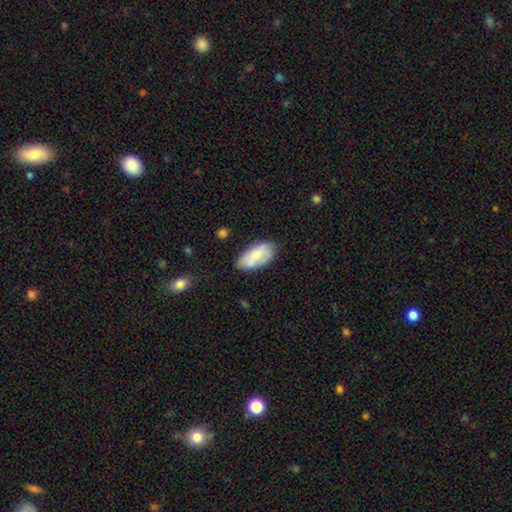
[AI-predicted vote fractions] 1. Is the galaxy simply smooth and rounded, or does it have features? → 73% smooth, 20% featured or disk, 7% star or artifact.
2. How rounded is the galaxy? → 93% in between, 4% cigar-shaped, 2% round.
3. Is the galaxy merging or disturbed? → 66% none, 24% minor disturbance, 6% major disturbance, 3% merger.